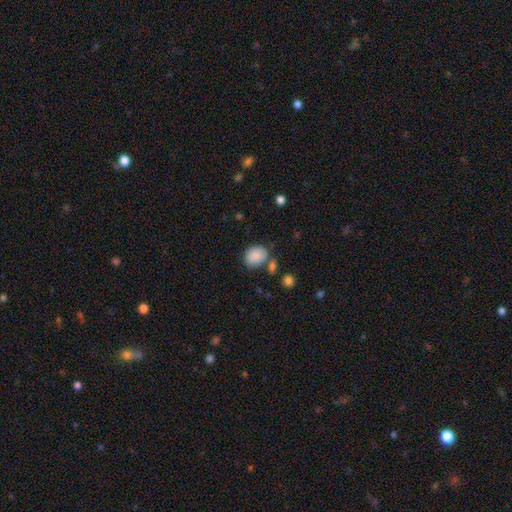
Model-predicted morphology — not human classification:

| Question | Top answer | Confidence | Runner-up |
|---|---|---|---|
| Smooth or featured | smooth | 87% | star or artifact (8%) |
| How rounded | in between | 54% | round (45%) |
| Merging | none | 63% | minor disturbance (19%) |